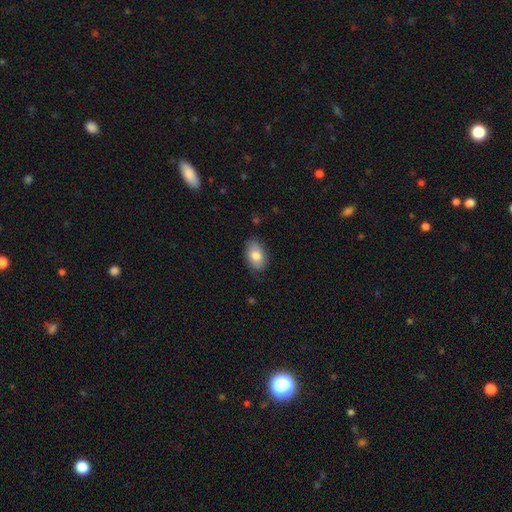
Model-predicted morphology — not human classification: smooth_or_featured: smooth (p=0.80) [alt: featured or disk p=0.13]
how_rounded: in between (p=0.90) [alt: round p=0.09]
merging: none (p=0.76) [alt: minor disturbance p=0.19]